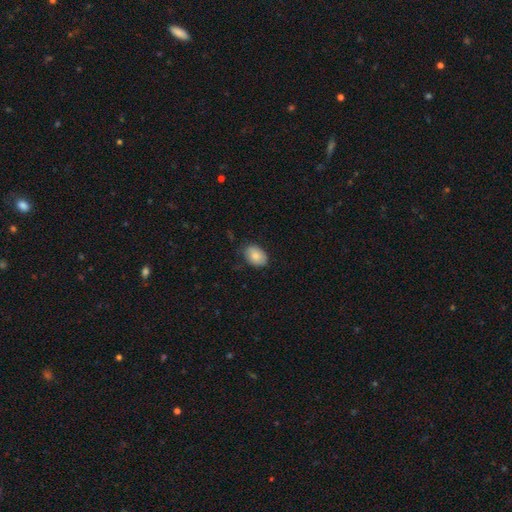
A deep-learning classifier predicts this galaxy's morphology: type=smooth (84%); roundness=in between (82%); merging=none (77%).